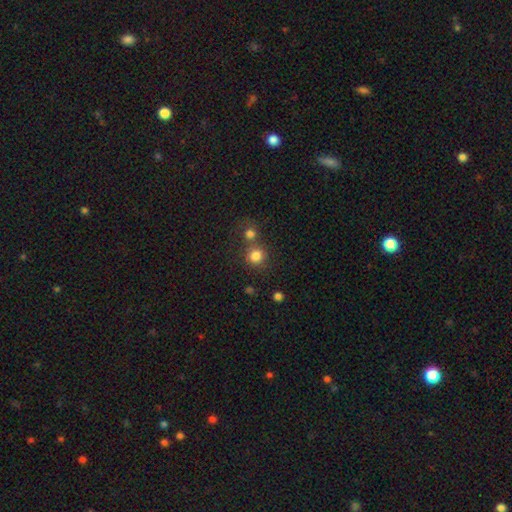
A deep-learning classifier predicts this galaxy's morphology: Smooth or featured? smooth (81%)
How rounded? round (89%)
Merging? none (59%)